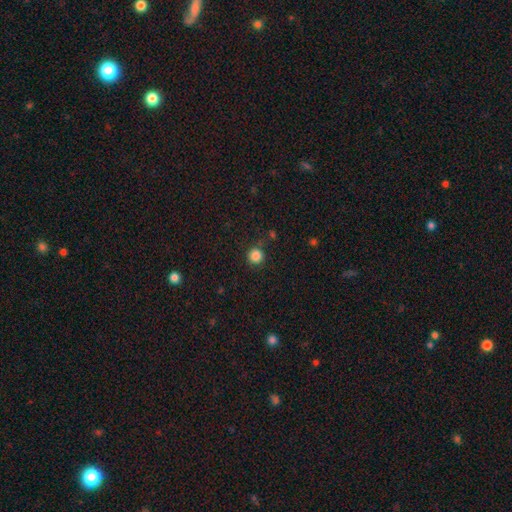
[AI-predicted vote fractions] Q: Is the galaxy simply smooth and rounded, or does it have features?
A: smooth — 85%.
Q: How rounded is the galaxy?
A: round — 93%.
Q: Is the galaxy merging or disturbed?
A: none — 84%.